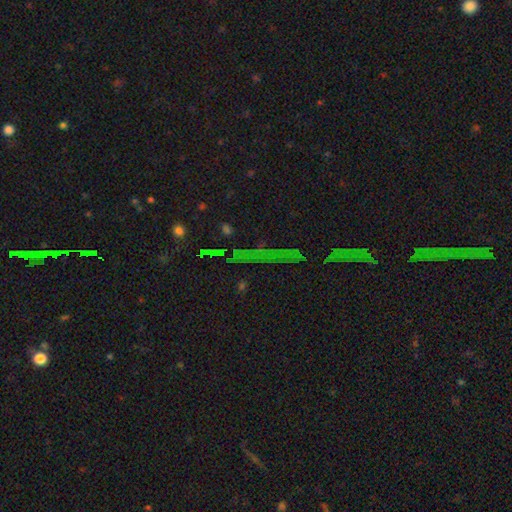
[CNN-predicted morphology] Smooth or featured?
  - star or artifact: 77% *
  - featured or disk: 12%
  - smooth: 12%